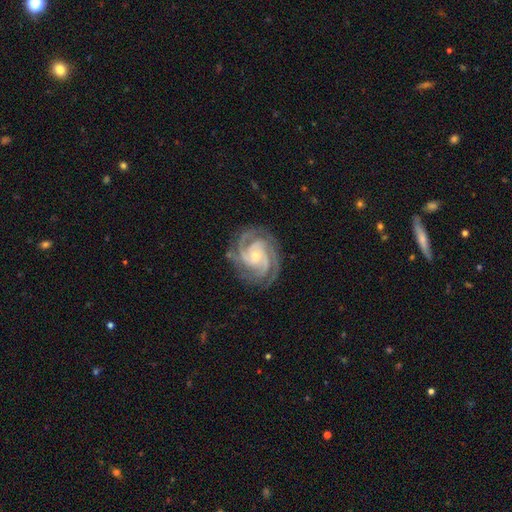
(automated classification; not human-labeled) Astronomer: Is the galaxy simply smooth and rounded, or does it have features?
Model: featured or disk — 93%.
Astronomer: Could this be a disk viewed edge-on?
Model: no — 98%.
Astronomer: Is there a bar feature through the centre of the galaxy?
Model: no — 67%.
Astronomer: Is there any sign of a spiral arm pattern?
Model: yes — 99%.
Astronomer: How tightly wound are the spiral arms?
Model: tight — 66%.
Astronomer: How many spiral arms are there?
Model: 3 — 48%.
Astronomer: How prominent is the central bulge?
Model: small — 71%.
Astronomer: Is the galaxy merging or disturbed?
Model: none — 80%.